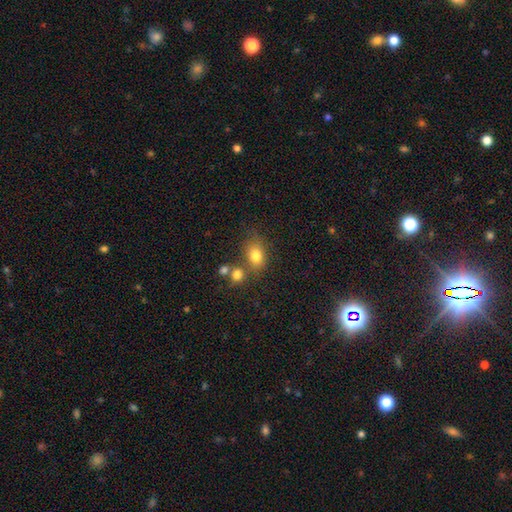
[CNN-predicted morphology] This is likely a smooth galaxy (79%). How rounded: likely in between (63%). Merging: likely none (61%).